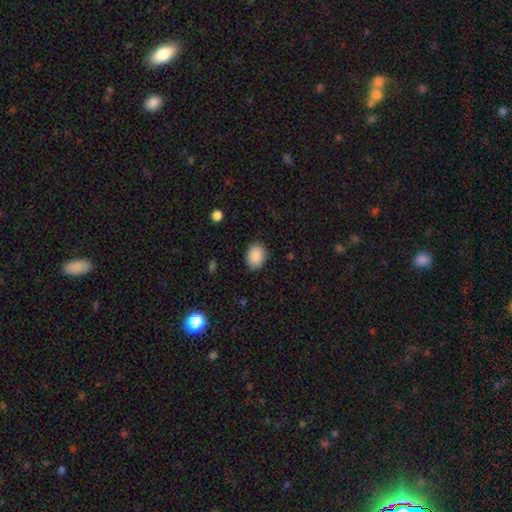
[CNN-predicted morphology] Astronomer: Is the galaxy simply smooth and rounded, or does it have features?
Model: smooth — 89%.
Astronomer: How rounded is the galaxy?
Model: in between — 68%.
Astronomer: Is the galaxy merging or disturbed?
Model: none — 87%.